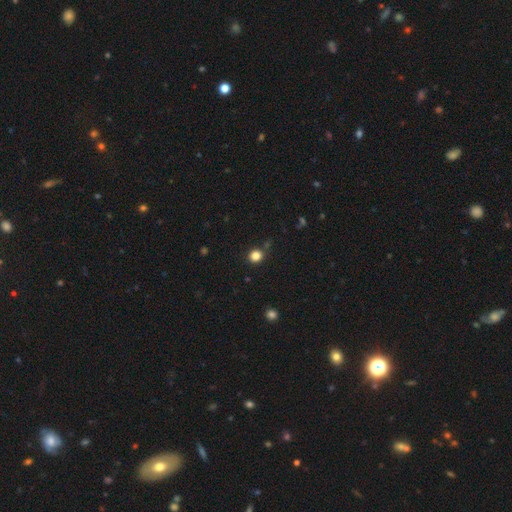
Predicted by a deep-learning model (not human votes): Smooth or featured? smooth (83%)
How rounded? round (85%)
Merging? none (84%)